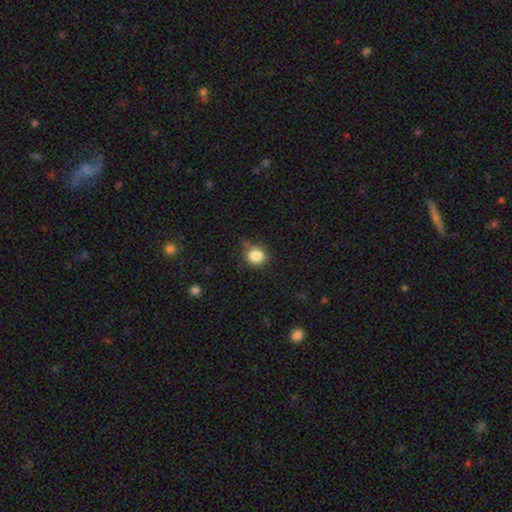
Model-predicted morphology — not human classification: smooth_or_featured: smooth (p=0.85) [alt: star or artifact p=0.11]
how_rounded: round (p=0.78) [alt: in between p=0.21]
merging: none (p=0.73) [alt: minor disturbance p=0.19]